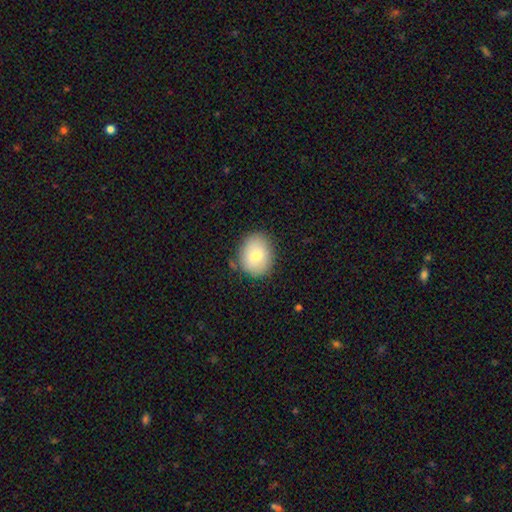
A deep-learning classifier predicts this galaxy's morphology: smooth-or-featured: smooth: 76% | featured or disk: 16% | star or artifact: 8%
  how-rounded: round: 58% | in between: 41% | cigar-shaped: 1%
  merging: none: 80% | minor disturbance: 15% | major disturbance: 4% | merger: 2%